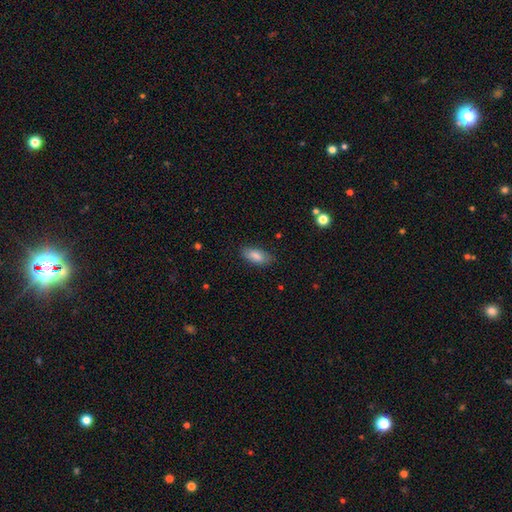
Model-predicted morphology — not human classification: The model was most divided on "merging": none: 81%, minor disturbance: 14%, major disturbance: 3%, merger: 1%. More confident: how rounded — in between (87%); smooth or featured — smooth (84%).